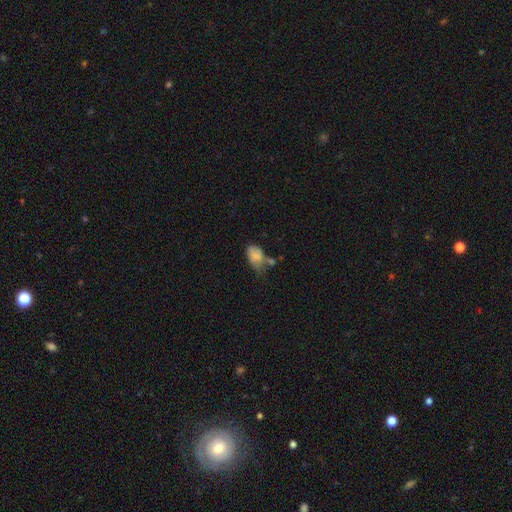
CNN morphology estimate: A smooth galaxy with no disk features (75%) that is in between round and cigar-shaped (87%).

Vote fractions:
- Smooth or featured? smooth: 75% / featured or disk: 16% / star or artifact: 9%
- How rounded? in between: 87% / round: 11% / cigar-shaped: 2%
- Merging? minor disturbance: 33% / none: 27% / merger: 20% / major disturbance: 20%